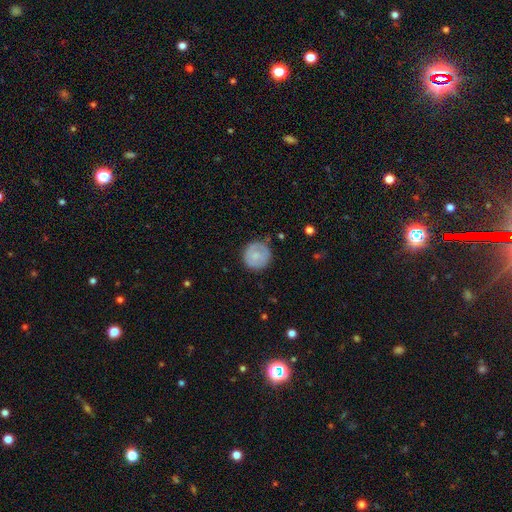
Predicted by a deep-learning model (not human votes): smooth_or_featured: smooth (p=0.60) [alt: featured or disk p=0.34]
how_rounded: round (p=0.93) [alt: in between p=0.06]
merging: none (p=0.82) [alt: minor disturbance p=0.13]